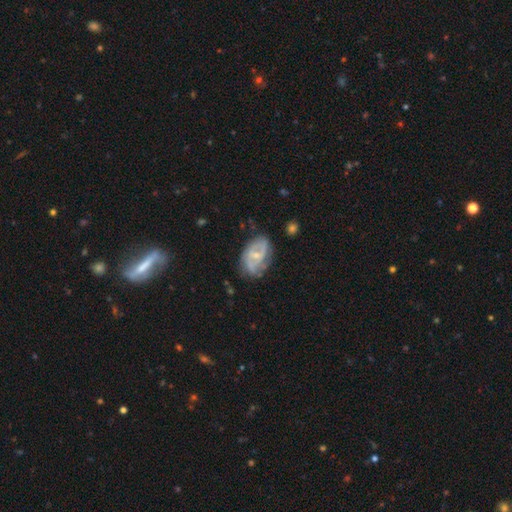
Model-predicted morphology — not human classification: featured or disk 75%, smooth 19%, star or artifact 6%. Down the decision tree: edge-on disk — no (97%); bar — weak (45%); spiral arms — yes (83%); spiral arm count — 2 (55%); spiral winding — medium (43%); bulge size — small (62%); merging — none (62%).